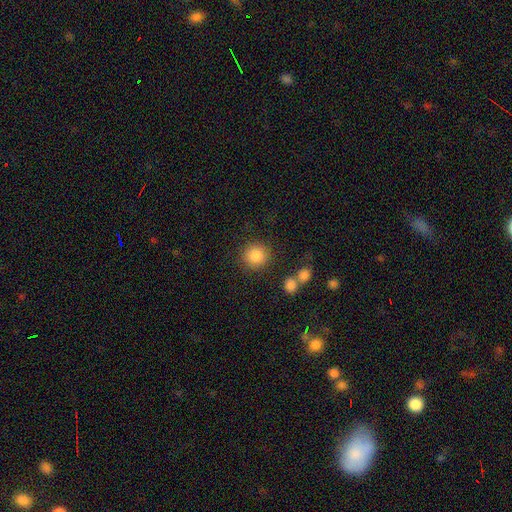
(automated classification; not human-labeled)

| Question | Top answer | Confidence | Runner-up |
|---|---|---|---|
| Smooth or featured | smooth | 86% | star or artifact (9%) |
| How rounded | round | 91% | in between (8%) |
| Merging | none | 85% | minor disturbance (8%) |